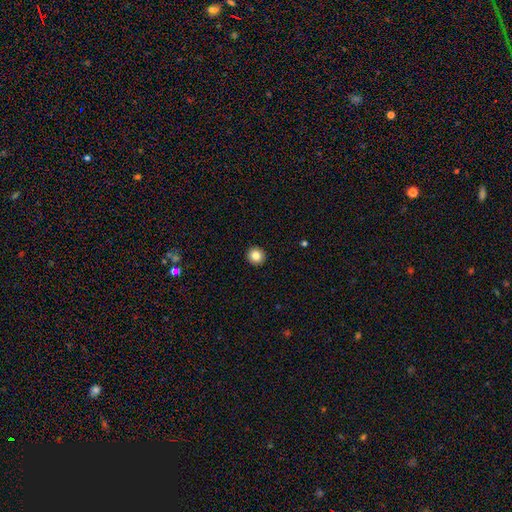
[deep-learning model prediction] The model was most divided on "smooth or featured": smooth: 84%, star or artifact: 10%, featured or disk: 6%. More confident: how rounded — round (94%); merging — none (94%).